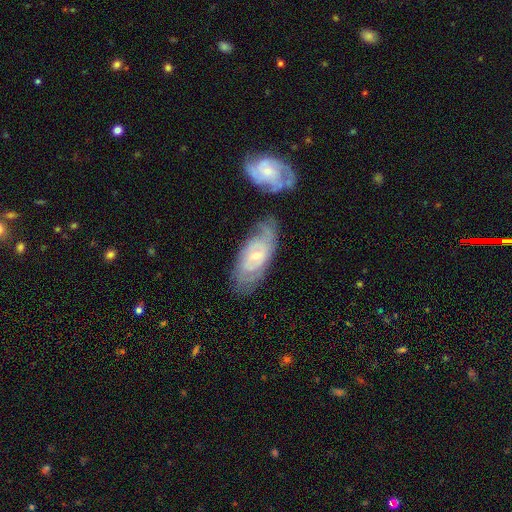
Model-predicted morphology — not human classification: Smooth or featured? featured or disk (76%)
Edge-on disk? no (92%)
Bar? no (60%)
Spiral arms? yes (90%)
Spiral winding? tight (67%)
Spiral arm count? can't tell (49%)
Bulge size? small (70%)
Merging? none (59%)